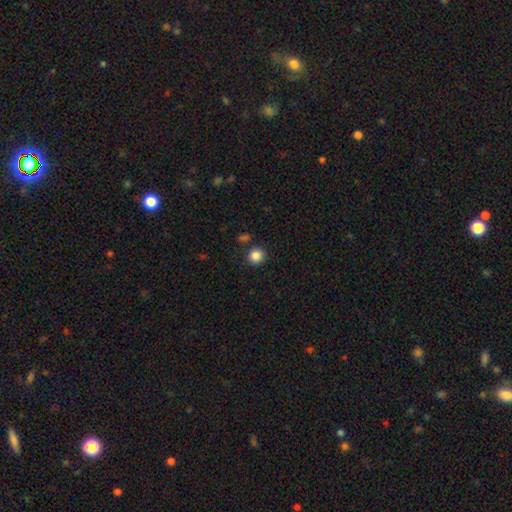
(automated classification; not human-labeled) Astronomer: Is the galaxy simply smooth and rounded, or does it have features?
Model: smooth — 86%.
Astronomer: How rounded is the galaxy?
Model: round — 91%.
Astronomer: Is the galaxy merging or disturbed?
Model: none — 86%.